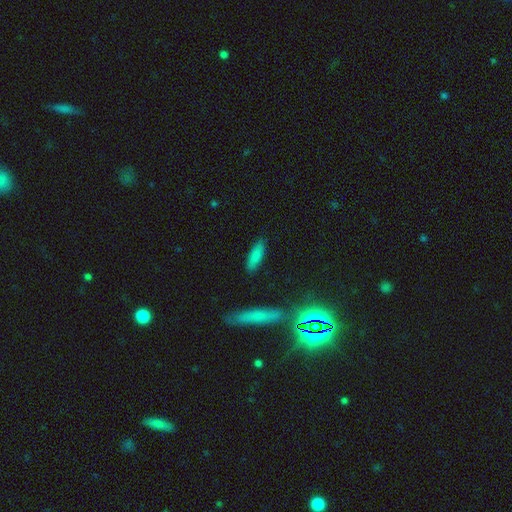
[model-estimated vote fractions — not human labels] Overall: smooth (82%). How rounded: cigar-shaped (51%; in between 47%). Merging: none (86%).